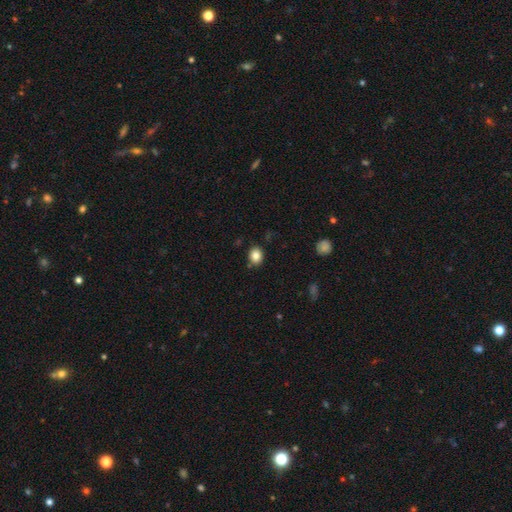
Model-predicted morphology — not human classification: smooth 84%, star or artifact 10%, featured or disk 6%. Down the decision tree: how rounded — round (59%); merging — none (84%).